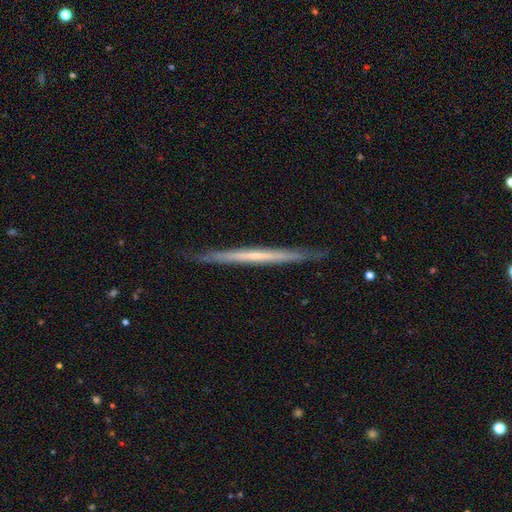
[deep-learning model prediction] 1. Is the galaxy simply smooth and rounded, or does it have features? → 62% featured or disk, 33% smooth, 6% star or artifact.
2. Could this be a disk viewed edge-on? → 97% yes, 3% no.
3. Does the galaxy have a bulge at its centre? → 86% none, 11% rounded, 3% boxy.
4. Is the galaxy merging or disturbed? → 89% none, 8% minor disturbance, 1% major disturbance, 1% merger.